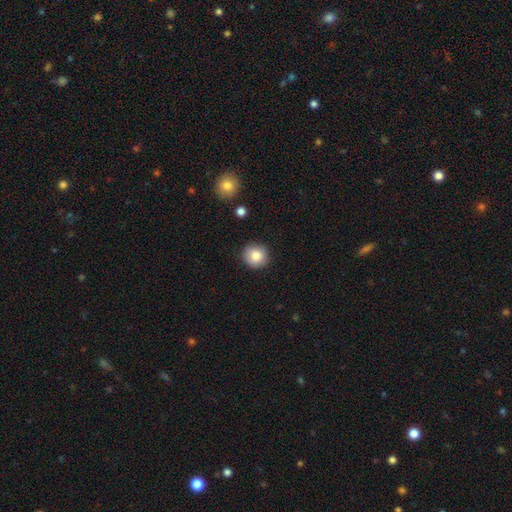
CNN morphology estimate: This appears to be a smooth galaxy with no disk features (83%) that is round (92%). Merging: none (88%).